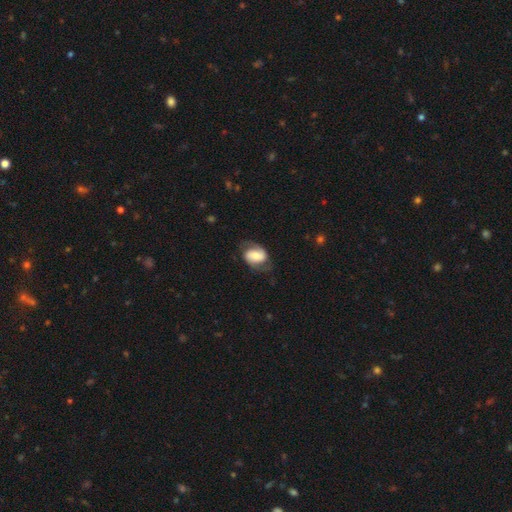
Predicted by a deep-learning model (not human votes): featured or disk 52%, smooth 41%, star or artifact 7%. Down the decision tree: edge-on disk — no (96%); bar — no (43%); spiral arms — yes (83%); bulge size — moderate (43%); merging — none (63%).